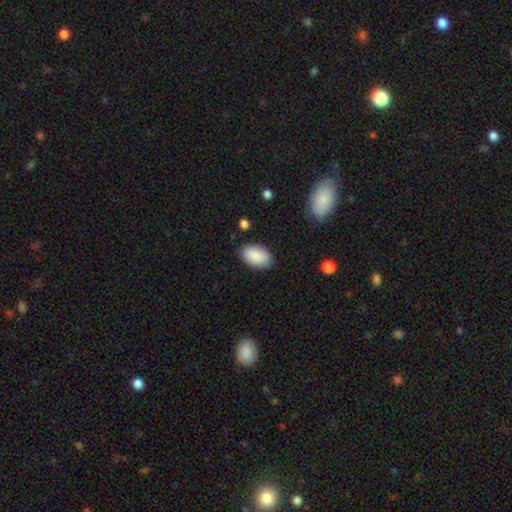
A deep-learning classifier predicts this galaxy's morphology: Overall: smooth (90%). How rounded: in between (94%). Merging: none (86%).